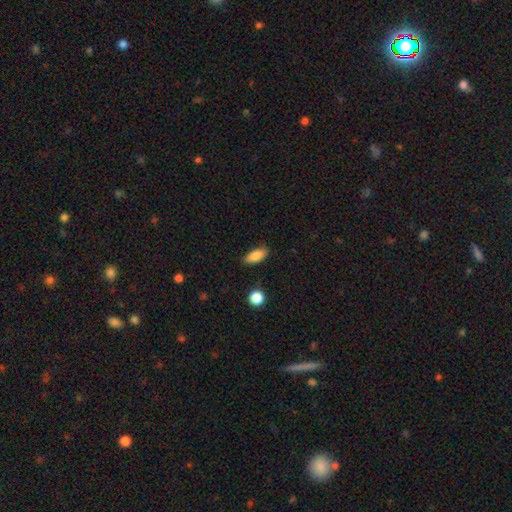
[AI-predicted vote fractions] A smooth galaxy with no disk features (85%) that is in between round and cigar-shaped (82%). Merging: none (86%).